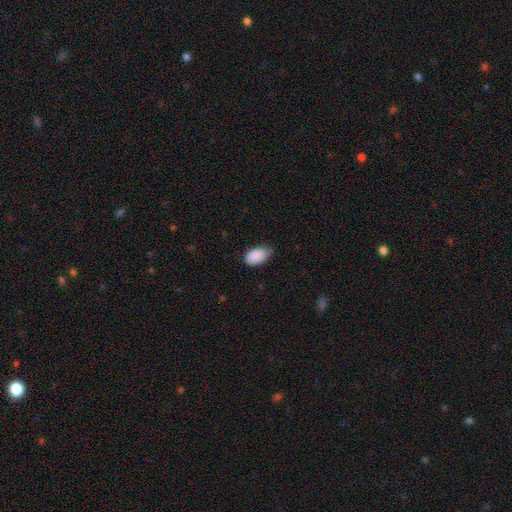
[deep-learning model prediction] Smooth or featured? smooth (90%)
How rounded? in between (94%)
Merging? none (62%)